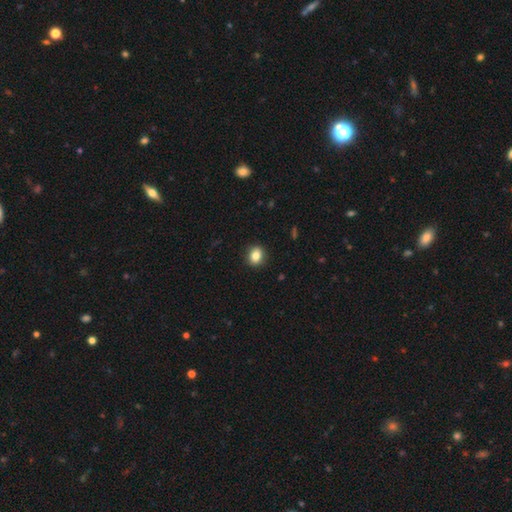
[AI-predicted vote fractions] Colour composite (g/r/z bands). It shows a smooth galaxy with no disk features (83%) that is round (62%). Merging: none (90%).